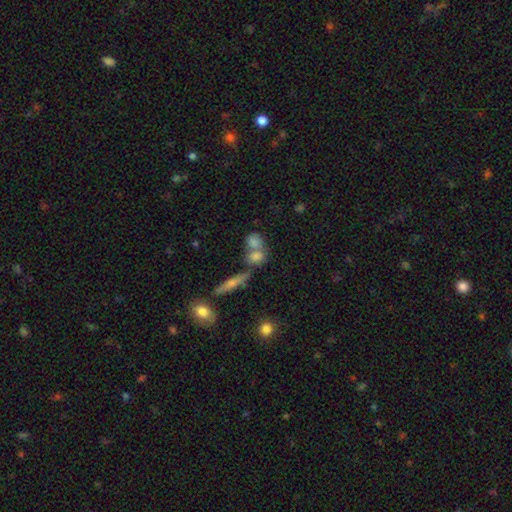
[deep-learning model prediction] Overall: smooth (66%). How rounded: round (45%, tied with in between). Merging: merger (45%; none 41%).